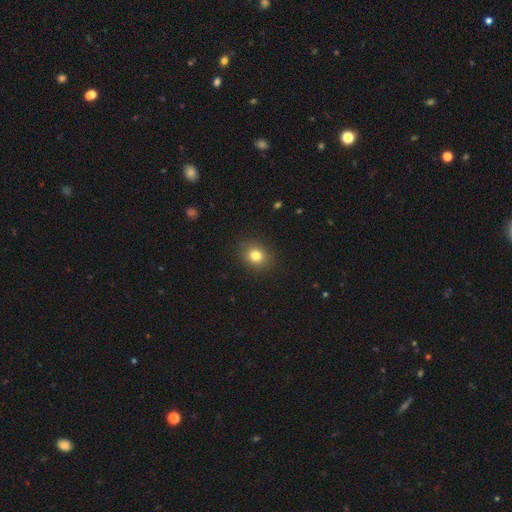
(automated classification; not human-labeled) This appears to be a smooth galaxy with no disk features (80%) that is round (63%). Merging: none (88%).